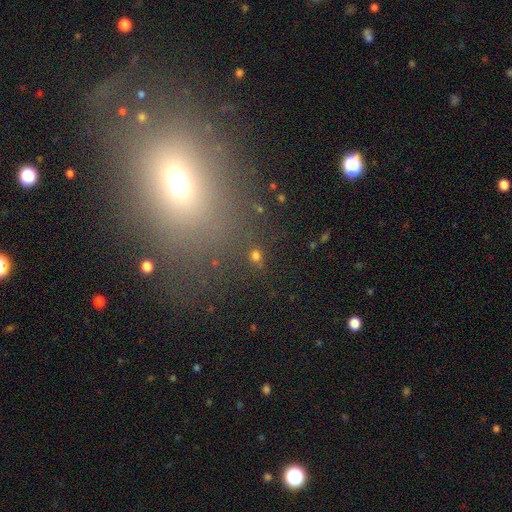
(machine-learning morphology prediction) This appears to be a smooth galaxy with no disk features (67%) that is round (54%). Merging: none (77%).